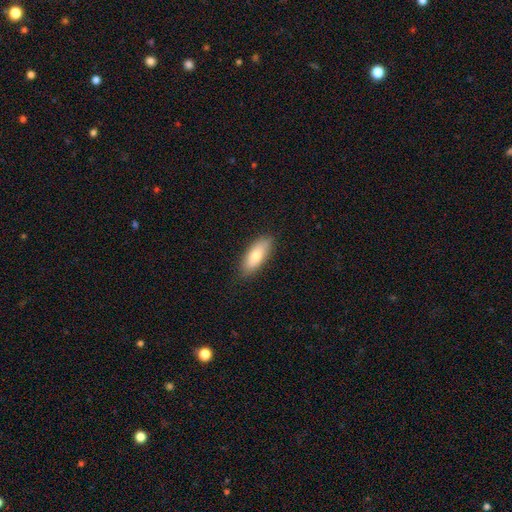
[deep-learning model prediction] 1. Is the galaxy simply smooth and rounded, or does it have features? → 76% smooth, 18% featured or disk, 7% star or artifact.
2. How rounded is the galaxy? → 73% in between, 24% cigar-shaped, 2% round.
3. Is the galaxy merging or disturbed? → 86% none, 11% minor disturbance, 2% major disturbance, 1% merger.